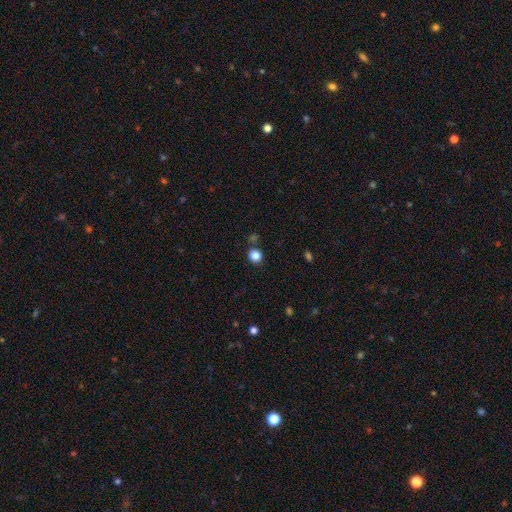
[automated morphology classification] smooth 84%, star or artifact 12%, featured or disk 4%. Down the decision tree: how rounded — round (86%); merging — none (84%).